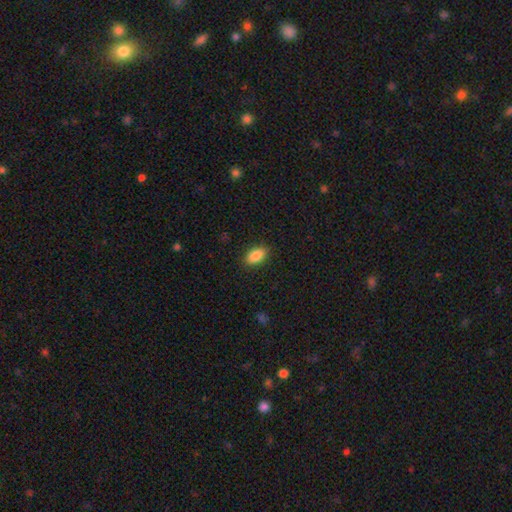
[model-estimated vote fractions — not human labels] The model was most divided on "merging": none: 87%, minor disturbance: 10%, major disturbance: 2%, merger: 1%. More confident: how rounded — in between (90%); smooth or featured — smooth (88%).